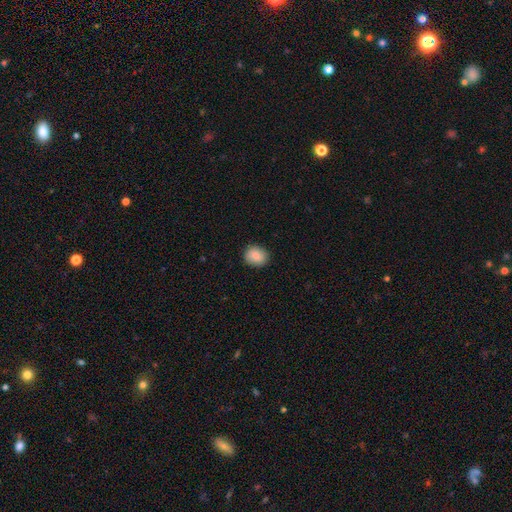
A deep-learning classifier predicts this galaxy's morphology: Smooth or featured?
  - smooth: 87% *
  - star or artifact: 8%
  - featured or disk: 5%
How rounded?
  - round: 65% *
  - in between: 34%
  - cigar-shaped: 1%
Merging?
  - none: 89% *
  - minor disturbance: 8%
  - major disturbance: 2%
  - merger: 1%